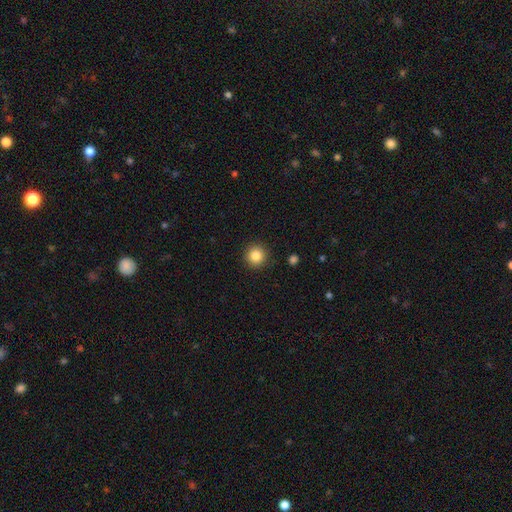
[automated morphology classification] smooth-or-featured: smooth: 84% | star or artifact: 11% | featured or disk: 5%
  how-rounded: round: 95% | in between: 4% | cigar-shaped: 1%
  merging: none: 92% | minor disturbance: 5% | major disturbance: 2% | merger: 1%